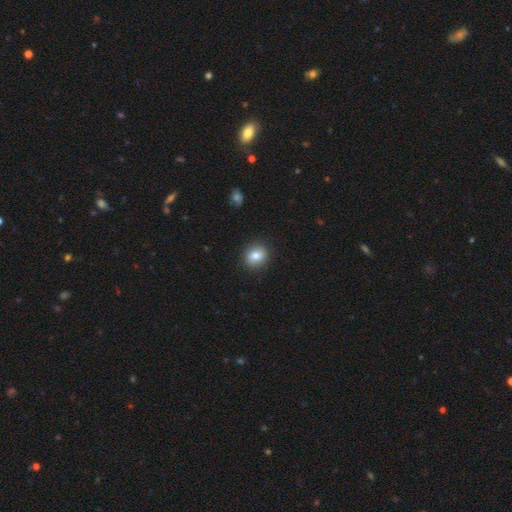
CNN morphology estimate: The model was most divided on "how rounded": round: 70%, in between: 29%, cigar-shaped: 1%. More confident: merging — none (90%); smooth or featured — smooth (80%).